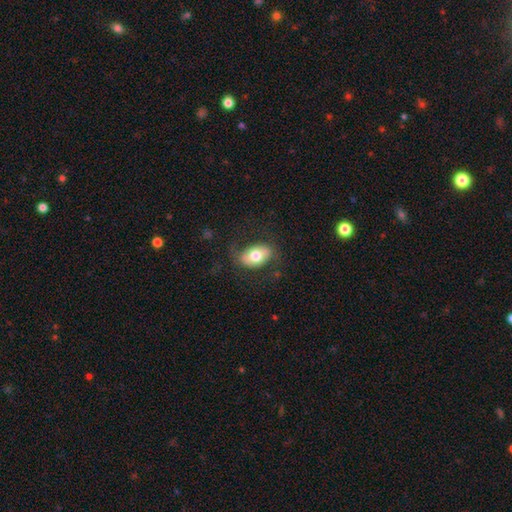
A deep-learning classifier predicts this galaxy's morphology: A smooth galaxy with no disk features (63%) that is in between round and cigar-shaped (89%). Merging: none (72%).